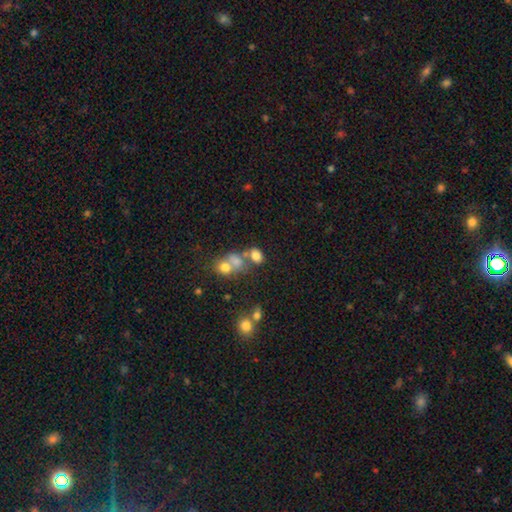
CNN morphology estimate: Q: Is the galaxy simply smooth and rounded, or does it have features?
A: smooth — 74%.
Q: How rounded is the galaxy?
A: in between — 66%.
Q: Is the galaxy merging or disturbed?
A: none — 46%.